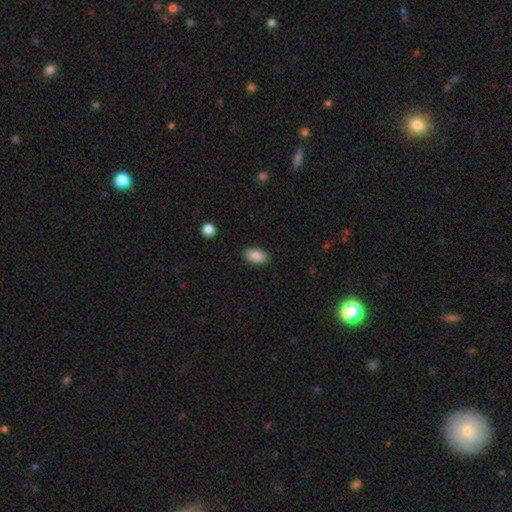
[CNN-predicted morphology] The model was most divided on "merging": none: 88%, minor disturbance: 9%, major disturbance: 2%, merger: 1%. More confident: how rounded — in between (93%); smooth or featured — smooth (86%).